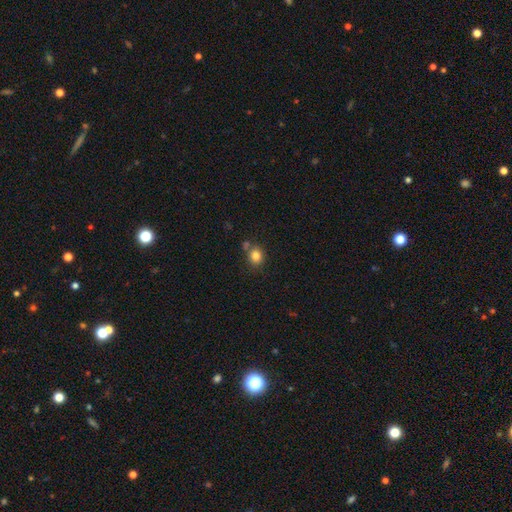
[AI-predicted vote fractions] Smooth or featured?
  - smooth: 83% *
  - star or artifact: 11%
  - featured or disk: 6%
How rounded?
  - round: 65% *
  - in between: 34%
  - cigar-shaped: 1%
Merging?
  - none: 69% *
  - merger: 14%
  - minor disturbance: 13%
  - major disturbance: 4%